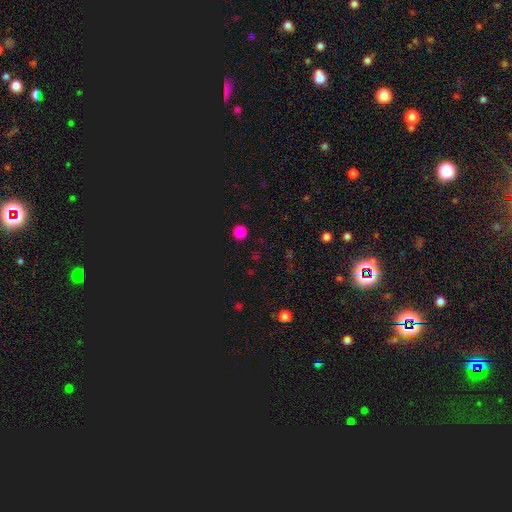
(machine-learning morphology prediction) Smooth or featured?
  - smooth: 67% *
  - star or artifact: 29%
  - featured or disk: 4%
How rounded?
  - round: 93% *
  - in between: 6%
  - cigar-shaped: 1%
Merging?
  - none: 91% *
  - minor disturbance: 5%
  - major disturbance: 2%
  - merger: 1%